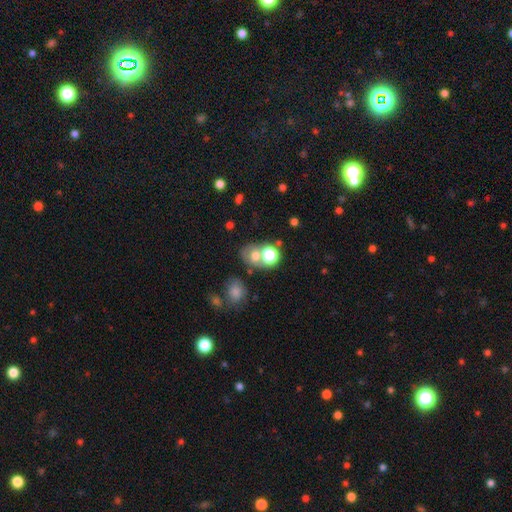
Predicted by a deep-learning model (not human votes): smooth_or_featured: smooth (p=0.64) [alt: star or artifact p=0.18]
how_rounded: round (p=0.60) [alt: in between p=0.39]
merging: merger (p=0.42) [alt: none p=0.40]